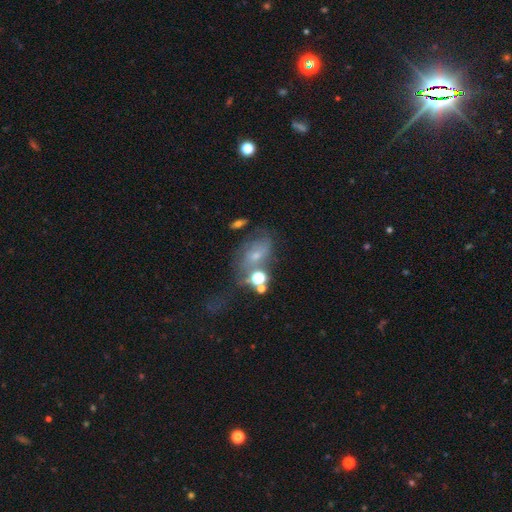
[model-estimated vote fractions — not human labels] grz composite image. It shows a featured or disk galaxy (40%). Merging: none (36%).